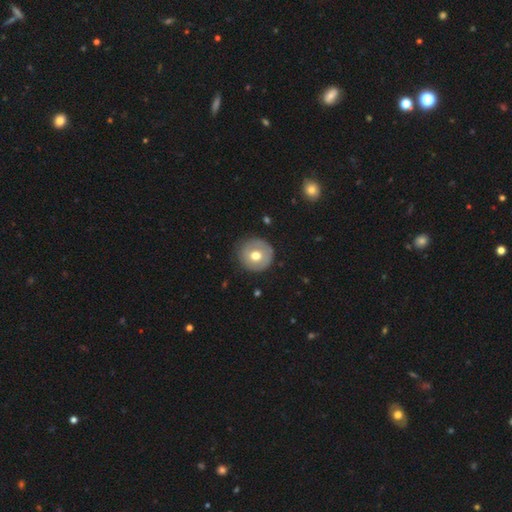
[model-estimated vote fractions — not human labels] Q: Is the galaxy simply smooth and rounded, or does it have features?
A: smooth — 61%.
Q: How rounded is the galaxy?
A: round — 94%.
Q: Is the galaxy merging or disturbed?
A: none — 83%.